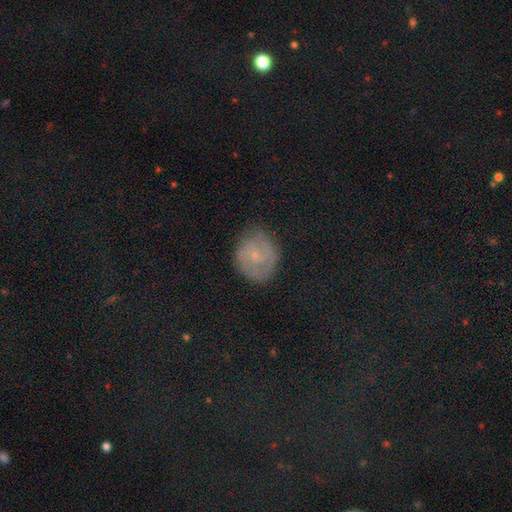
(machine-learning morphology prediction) Overall: featured or disk (55%; smooth 35%). Edge-on disk: no (97%). Bar: no (67%; weak 28%). Spiral arms: yes (77%). Bulge size: small (78%). Merging: none (70%).